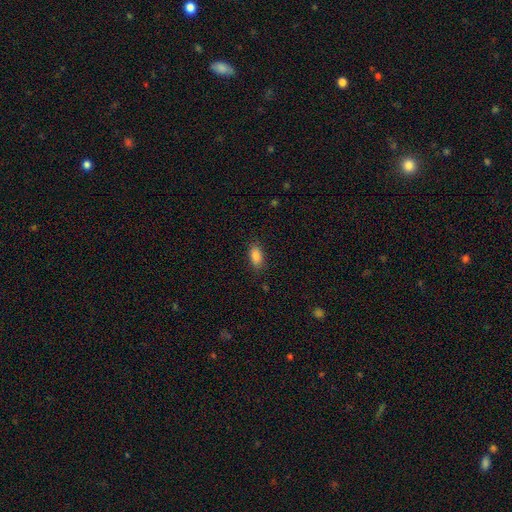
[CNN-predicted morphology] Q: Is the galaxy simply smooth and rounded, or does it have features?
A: smooth — 86%.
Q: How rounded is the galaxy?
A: in between — 87%.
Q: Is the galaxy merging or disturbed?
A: none — 83%.